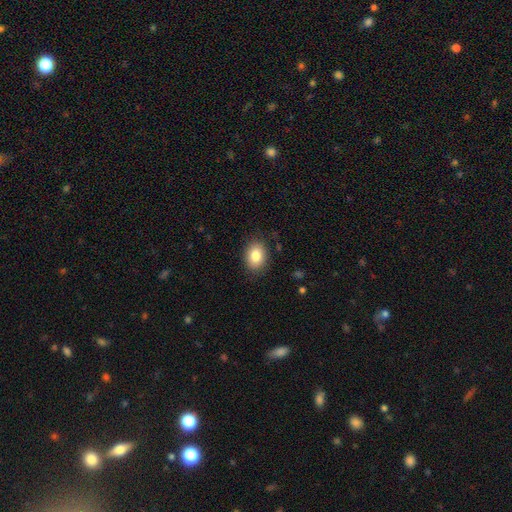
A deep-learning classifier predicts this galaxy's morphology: Smooth or featured? Predicted: smooth (p=0.84). How rounded? Predicted: in between (p=0.72). Merging? Predicted: none (p=0.86).